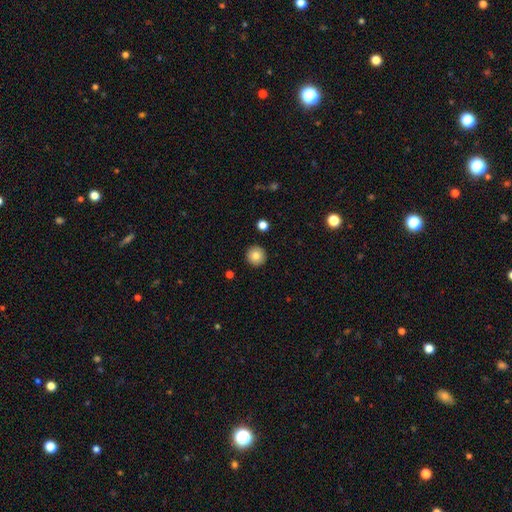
smooth-or-featured: smooth: 85% | featured or disk: 8% | star or artifact: 8%
  how-rounded: round: 97% | cigar-shaped: 3% | in between: 0%
  merging: none: 92% | major disturbance: 6% | minor disturbance: 3% | merger: 0%